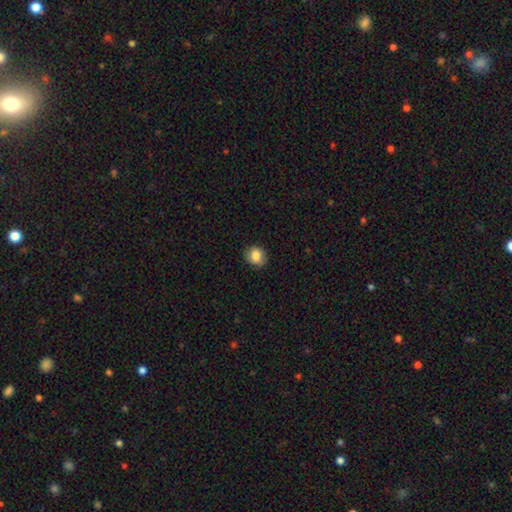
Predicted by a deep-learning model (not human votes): Morphology: type=smooth (82%); roundness=round (60%); merging=none (84%).